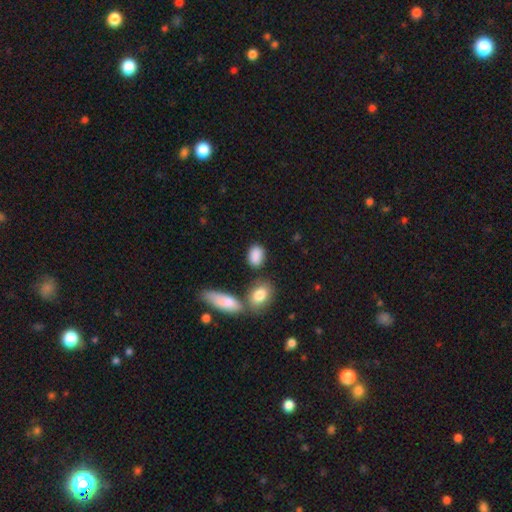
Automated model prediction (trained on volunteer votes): This is clearly a smooth galaxy (87%). How rounded: clearly in between (82%). Merging: likely none (72%).